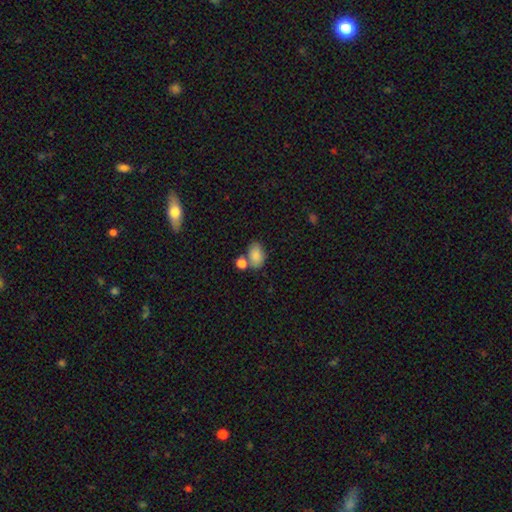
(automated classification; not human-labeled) A smooth galaxy with no disk features (85%) that is in between round and cigar-shaped (87%).

Vote fractions:
- Smooth or featured? smooth: 85% / star or artifact: 8% / featured or disk: 7%
- How rounded? in between: 87% / round: 11% / cigar-shaped: 1%
- Merging? none: 54% / merger: 26% / minor disturbance: 15% / major disturbance: 5%